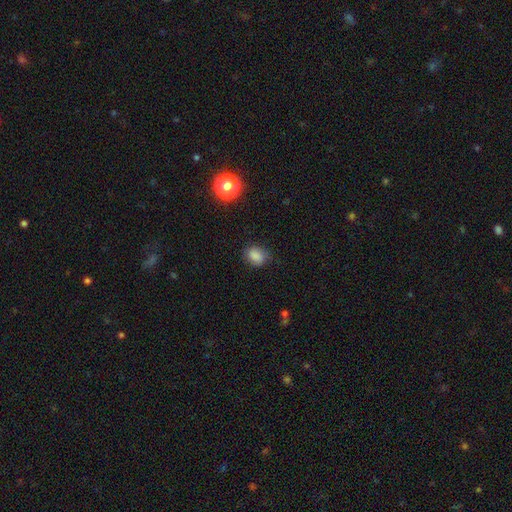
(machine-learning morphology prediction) Overall: smooth (83%). How rounded: in between (61%; round 38%). Merging: none (70%).